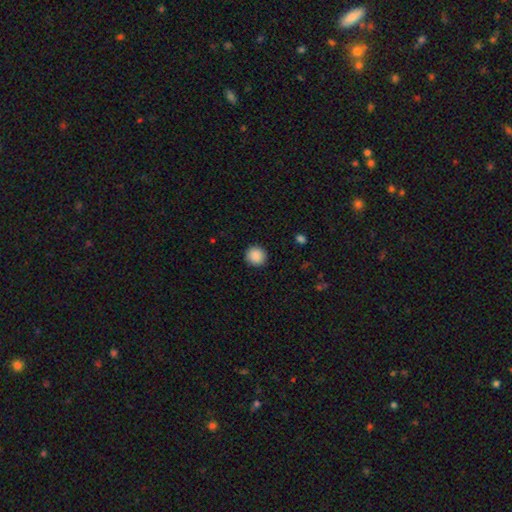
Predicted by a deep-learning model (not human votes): smooth 89%, star or artifact 8%, featured or disk 3%. Down the decision tree: how rounded — round (92%); merging — none (91%).